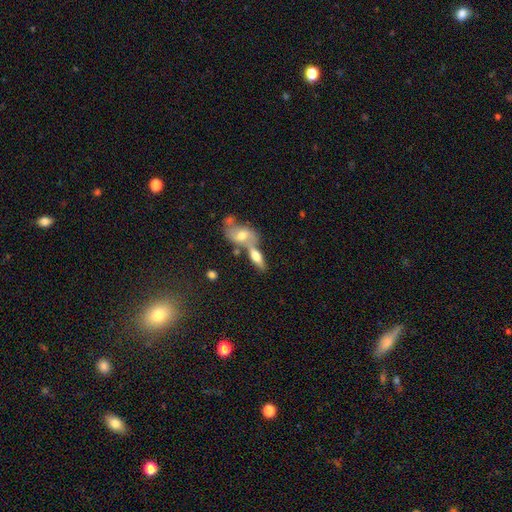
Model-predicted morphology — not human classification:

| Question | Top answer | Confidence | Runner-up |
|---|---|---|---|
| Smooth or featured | smooth | 59% | featured or disk (33%) |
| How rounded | in between | 65% | cigar-shaped (31%) |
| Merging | merger | 46% | none (40%) |